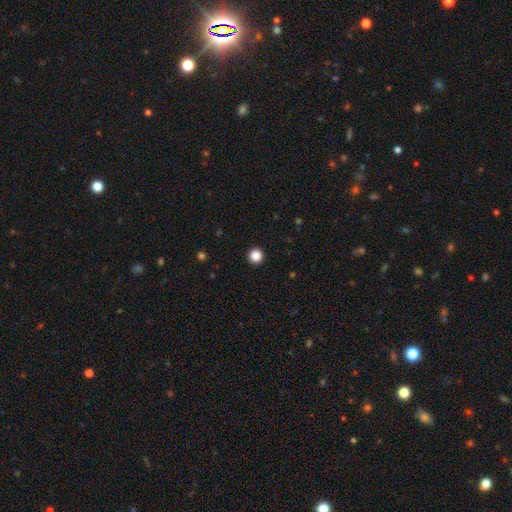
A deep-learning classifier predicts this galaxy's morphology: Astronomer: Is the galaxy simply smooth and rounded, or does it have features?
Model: smooth — 87%.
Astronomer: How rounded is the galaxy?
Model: round — 96%.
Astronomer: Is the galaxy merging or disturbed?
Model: none — 94%.